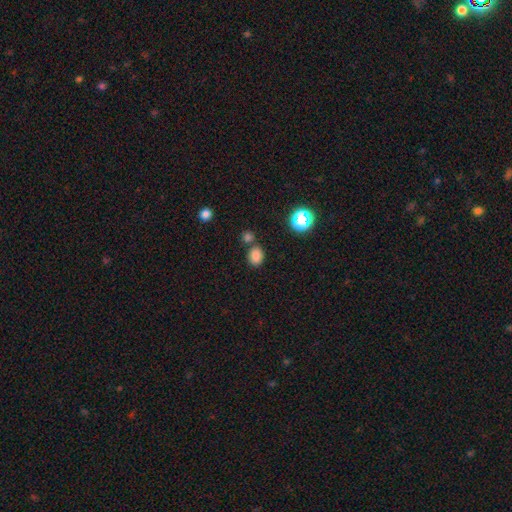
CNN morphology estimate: Smooth or featured? smooth (80%)
How rounded? round (50%)
Merging? none (70%)